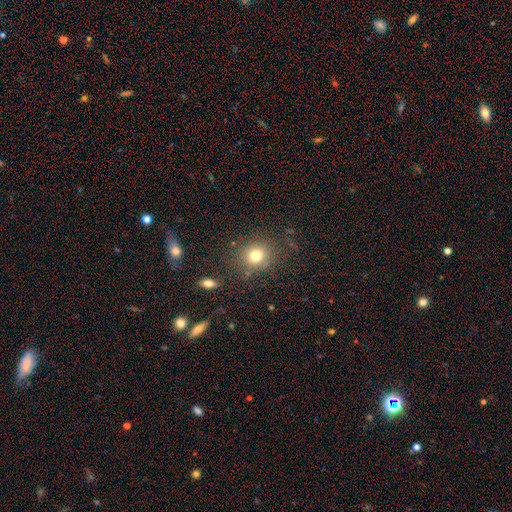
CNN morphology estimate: The model was most divided on "how rounded": round: 81%, in between: 19%, cigar-shaped: 1%. More confident: merging — none (80%); smooth or featured — smooth (76%).